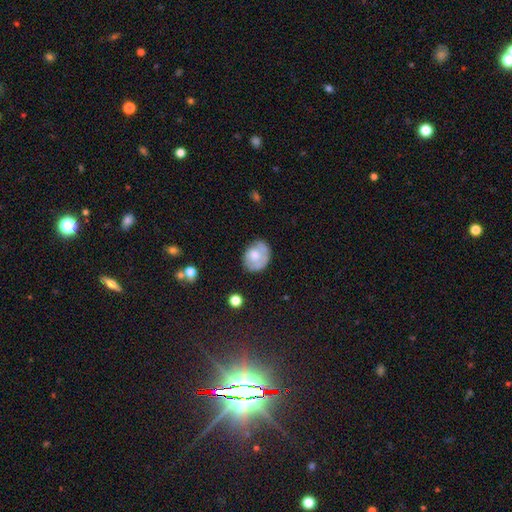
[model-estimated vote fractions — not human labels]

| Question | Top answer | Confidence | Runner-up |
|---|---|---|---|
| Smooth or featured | smooth | 59% | featured or disk (34%) |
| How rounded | in between | 56% | round (43%) |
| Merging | none | 58% | minor disturbance (28%) |